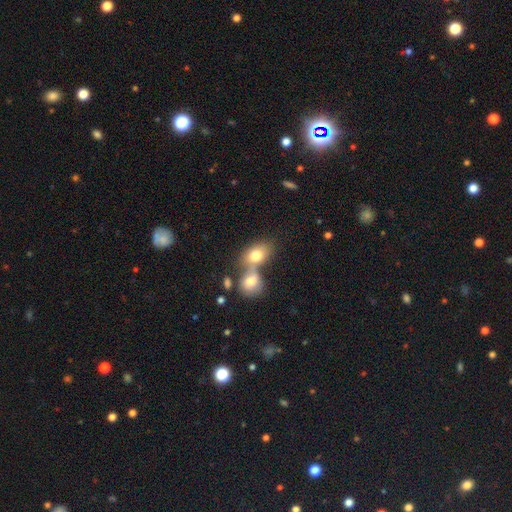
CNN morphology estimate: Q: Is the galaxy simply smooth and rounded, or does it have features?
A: smooth — 77%.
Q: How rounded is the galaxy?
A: in between — 68%.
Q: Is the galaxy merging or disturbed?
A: merger — 58%.